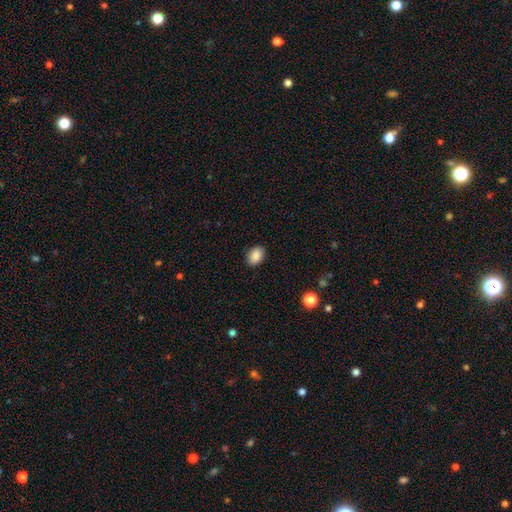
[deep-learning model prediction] A smooth galaxy with no disk features (89%) that is in between round and cigar-shaped (78%).

Vote fractions:
- Smooth or featured? smooth: 89% / star or artifact: 8% / featured or disk: 4%
- How rounded? in between: 78% / round: 21% / cigar-shaped: 1%
- Merging? none: 89% / minor disturbance: 8% / major disturbance: 2% / merger: 1%